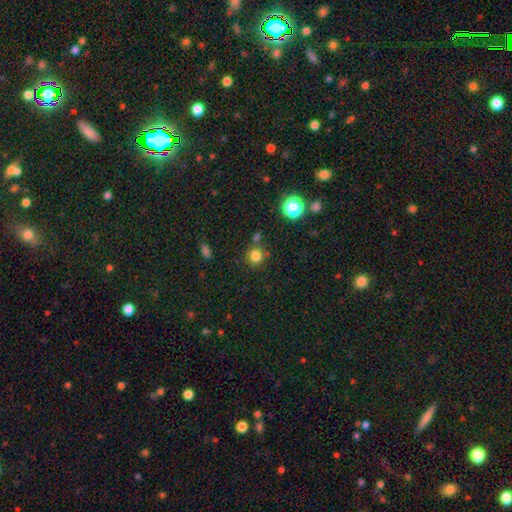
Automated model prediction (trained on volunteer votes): A smooth galaxy with no disk features (80%) that is round (89%). Merging: none (76%).